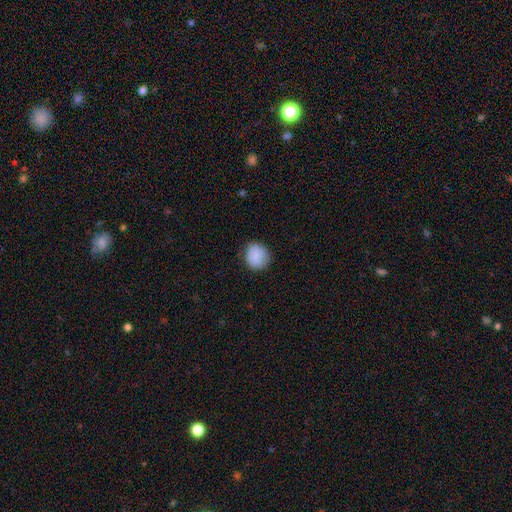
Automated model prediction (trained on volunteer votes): Overall: smooth (88%). How rounded: round (84%). Merging: none (83%).